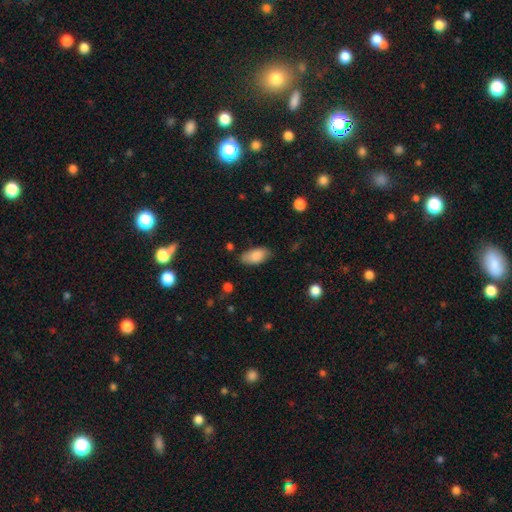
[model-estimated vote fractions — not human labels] This is clearly a smooth galaxy (85%). How rounded: clearly in between (92%). Merging: likely none (78%).